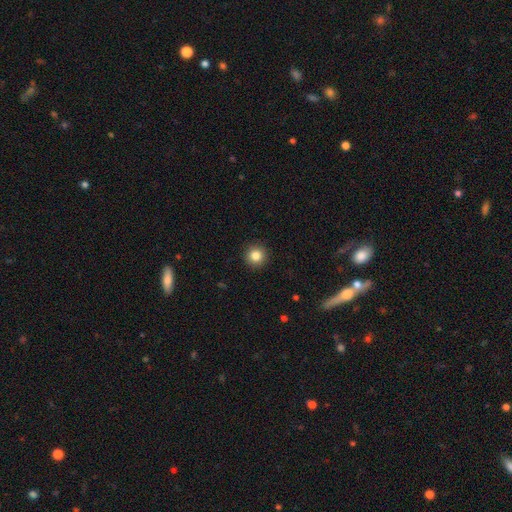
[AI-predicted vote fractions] Morphology: type=smooth (84%); roundness=round (95%); merging=none (93%).